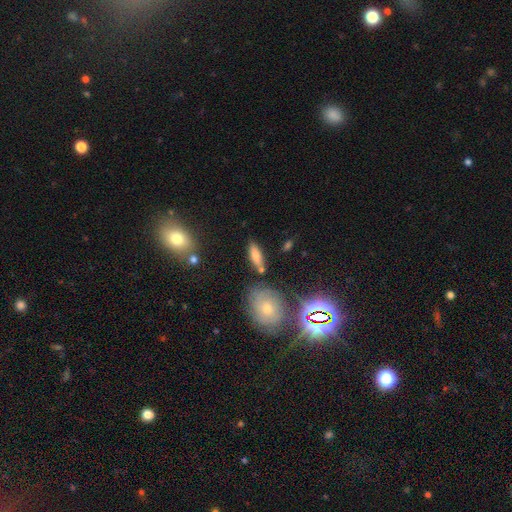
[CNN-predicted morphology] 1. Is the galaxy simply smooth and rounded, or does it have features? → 71% smooth, 19% featured or disk, 10% star or artifact.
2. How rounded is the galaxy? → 59% in between, 37% cigar-shaped, 4% round.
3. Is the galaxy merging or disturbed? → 74% none, 15% minor disturbance, 7% merger, 4% major disturbance.